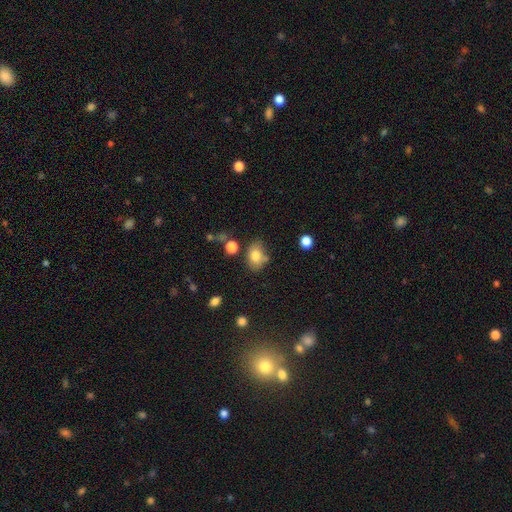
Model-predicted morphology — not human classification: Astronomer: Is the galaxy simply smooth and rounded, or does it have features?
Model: smooth — 80%.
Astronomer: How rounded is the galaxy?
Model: in between — 74%.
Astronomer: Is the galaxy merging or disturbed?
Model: none — 65%.